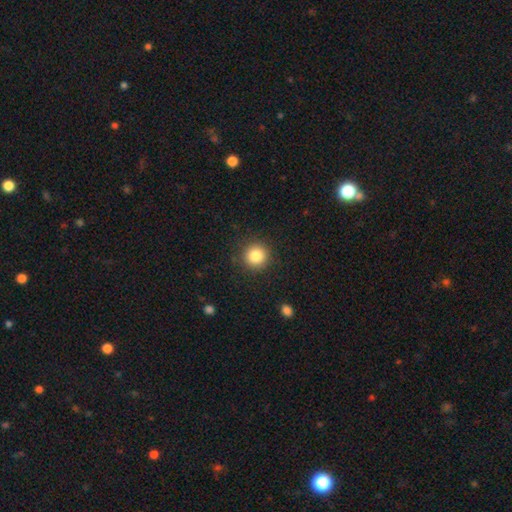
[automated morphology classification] A smooth galaxy with no disk features (84%) that is round (94%). Merging: none (90%).